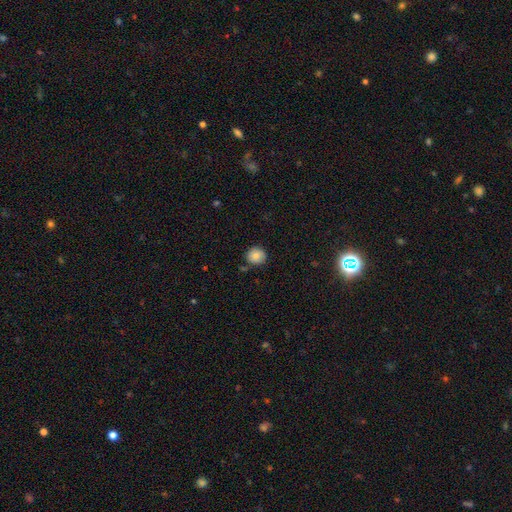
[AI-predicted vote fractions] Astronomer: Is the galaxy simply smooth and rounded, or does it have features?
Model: smooth — 84%.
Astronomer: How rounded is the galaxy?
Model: round — 90%.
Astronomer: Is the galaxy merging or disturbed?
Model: none — 80%.